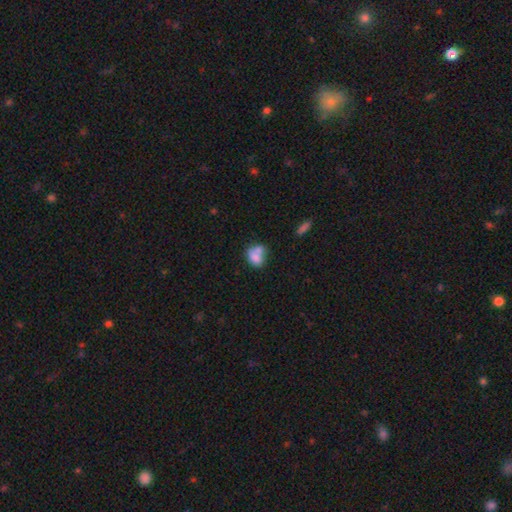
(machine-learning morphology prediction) Smooth or featured?
  - smooth: 76% *
  - featured or disk: 14%
  - star or artifact: 10%
How rounded?
  - in between: 60% *
  - round: 39%
  - cigar-shaped: 1%
Merging?
  - merger: 48% *
  - none: 30%
  - minor disturbance: 15%
  - major disturbance: 7%